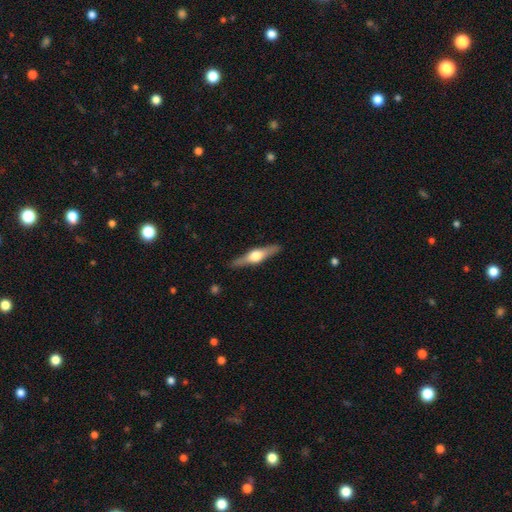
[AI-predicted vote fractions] Smooth or featured? featured or disk (69%)
Edge-on disk? yes (96%)
Edge-on bulge? rounded (94%)
Merging? none (88%)